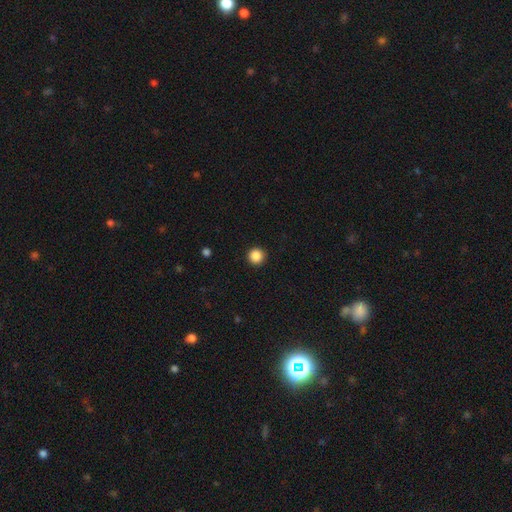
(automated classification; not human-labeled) Smooth or featured?
  - smooth: 87% *
  - star or artifact: 10%
  - featured or disk: 3%
How rounded?
  - round: 96% *
  - in between: 3%
  - cigar-shaped: 1%
Merging?
  - none: 93% *
  - minor disturbance: 4%
  - major disturbance: 2%
  - merger: 1%